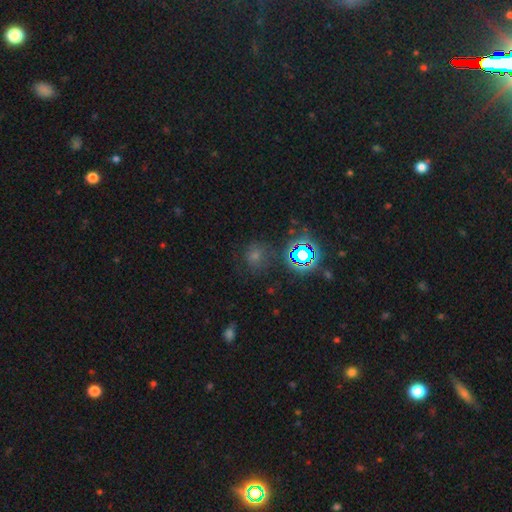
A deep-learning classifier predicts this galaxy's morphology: star or artifact 52%, smooth 36%, featured or disk 11%.